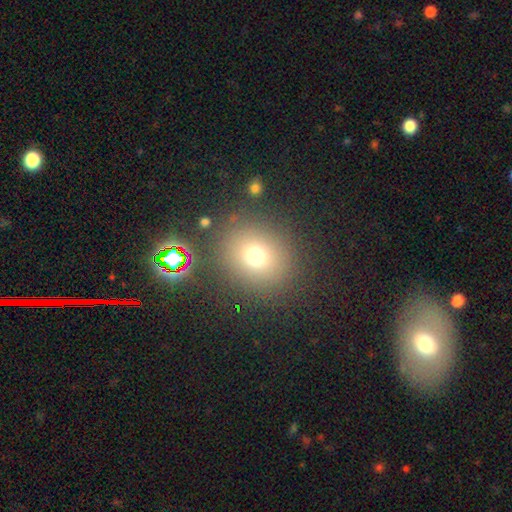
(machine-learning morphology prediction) smooth-or-featured: smooth: 70% | star or artifact: 20% | featured or disk: 10%
  how-rounded: round: 75% | in between: 24% | cigar-shaped: 1%
  merging: none: 84% | minor disturbance: 8% | major disturbance: 5% | merger: 4%